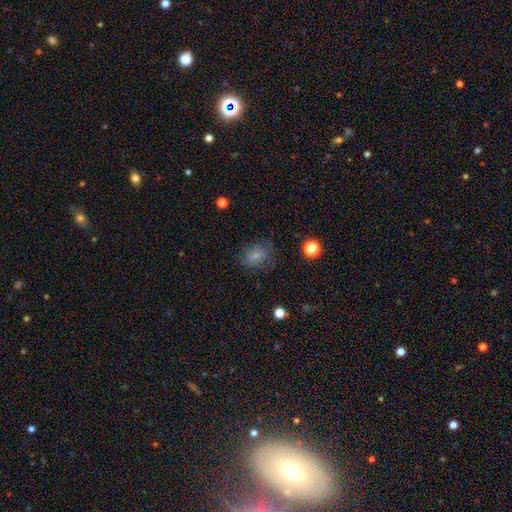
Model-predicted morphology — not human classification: Smooth or featured? Predicted: smooth (p=0.78). How rounded? Predicted: in between (p=0.61). Merging? Predicted: none (p=0.73).